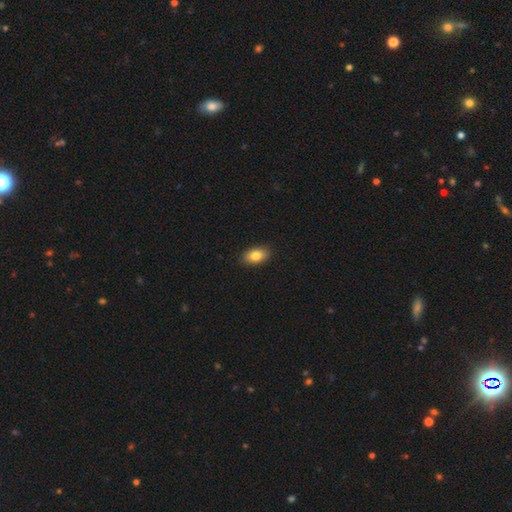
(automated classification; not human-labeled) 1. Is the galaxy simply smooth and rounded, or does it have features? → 83% smooth, 9% featured or disk, 8% star or artifact.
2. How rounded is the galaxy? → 91% in between, 7% round, 3% cigar-shaped.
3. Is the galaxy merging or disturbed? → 90% none, 8% minor disturbance, 2% major disturbance, 1% merger.